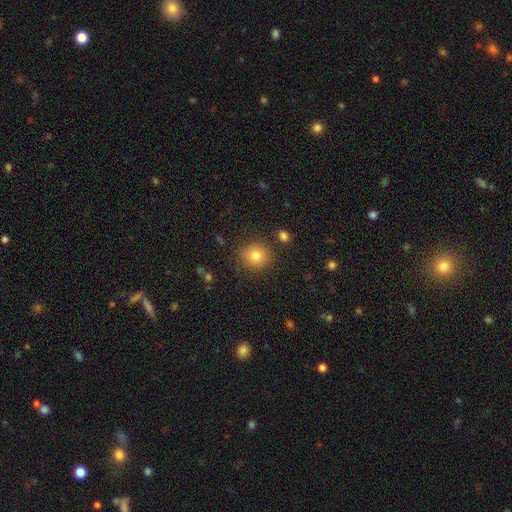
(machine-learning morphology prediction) A smooth galaxy with no disk features (80%) that is round (85%). Merging: none (85%).